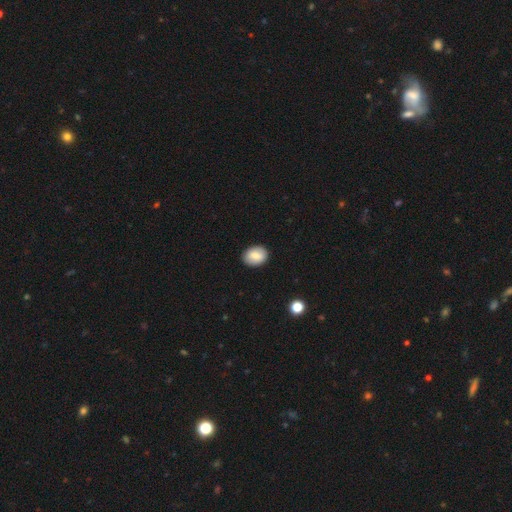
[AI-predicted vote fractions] Smooth or featured?
  - smooth: 81% *
  - featured or disk: 11%
  - star or artifact: 7%
How rounded?
  - in between: 64% *
  - round: 35%
  - cigar-shaped: 1%
Merging?
  - none: 88% *
  - minor disturbance: 9%
  - major disturbance: 2%
  - merger: 1%